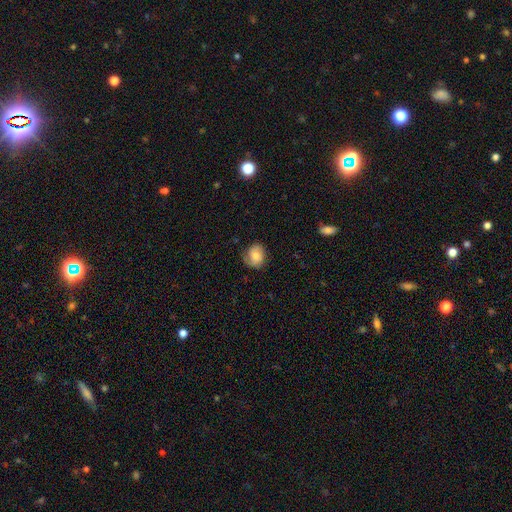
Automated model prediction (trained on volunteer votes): smooth 72%, featured or disk 20%, star or artifact 8%. Down the decision tree: how rounded — round (66%); merging — none (71%).